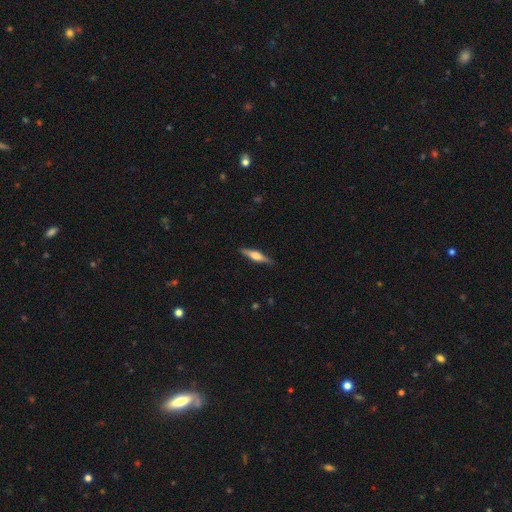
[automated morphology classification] Overall: featured or disk (62%; smooth 32%). Edge-on disk: yes (97%). Edge-on bulge: rounded (81%). Merging: none (88%).